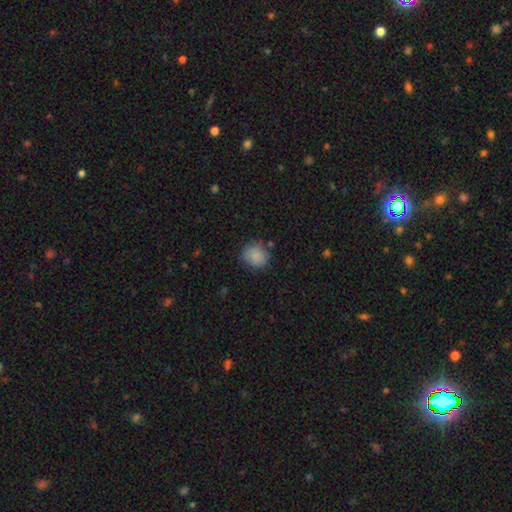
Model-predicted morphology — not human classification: Smooth or featured?
  - smooth: 86% *
  - star or artifact: 8%
  - featured or disk: 5%
How rounded?
  - round: 74% *
  - in between: 25%
  - cigar-shaped: 1%
Merging?
  - none: 80% *
  - minor disturbance: 14%
  - major disturbance: 4%
  - merger: 2%